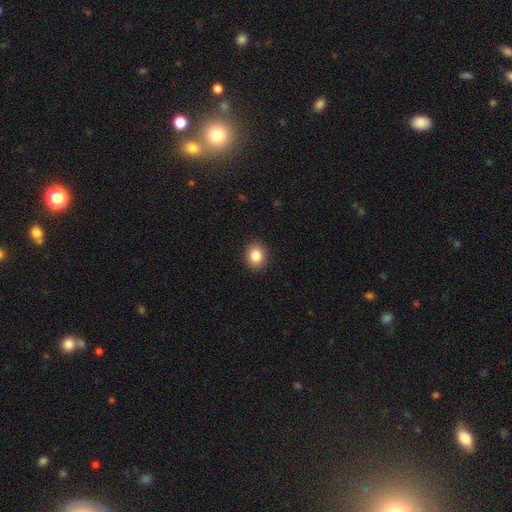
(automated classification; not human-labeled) smooth_or_featured: smooth (p=0.86) [alt: star or artifact p=0.09]
how_rounded: round (p=0.53) [alt: in between p=0.46]
merging: none (p=0.90) [alt: minor disturbance p=0.07]